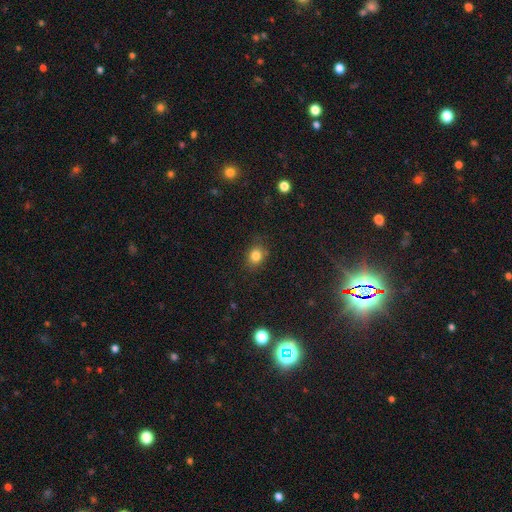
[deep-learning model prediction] A smooth galaxy with no disk features (82%) that is round (57%). Merging: none (81%).